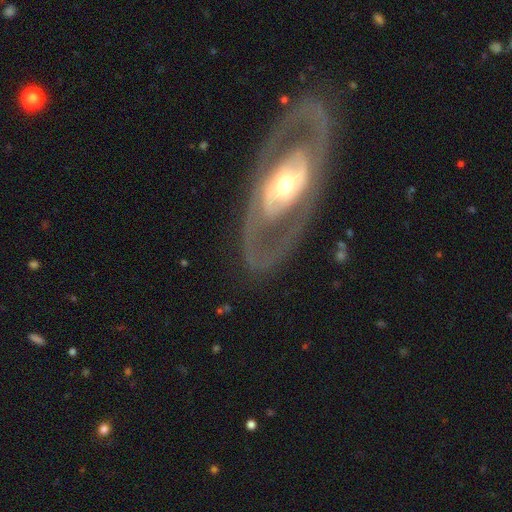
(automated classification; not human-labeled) This appears to be a featured or disk galaxy (82%) with no bar (52%), spiral arms (64%) and a moderate central bulge (64%). Merging: none (76%).